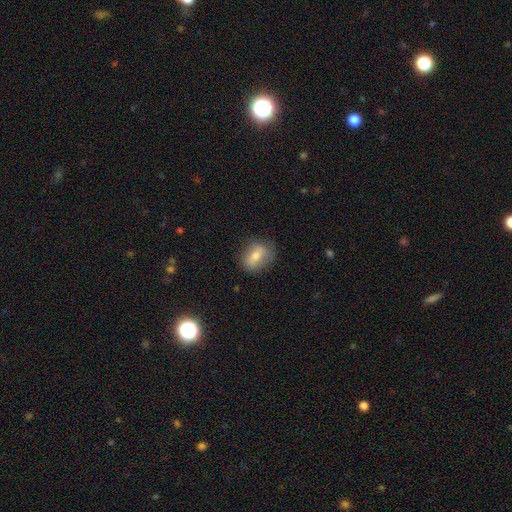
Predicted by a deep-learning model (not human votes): Q: Smooth or featured?
A: smooth (70%); runner-up: featured or disk (22%)
Q: How rounded?
A: in between (68%); runner-up: round (30%)
Q: Merging?
A: none (75%); runner-up: minor disturbance (19%)